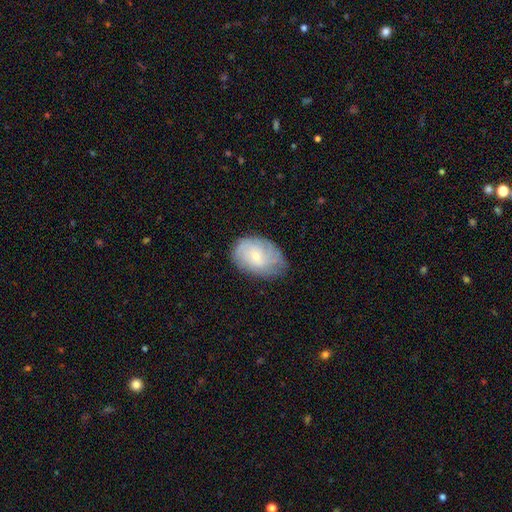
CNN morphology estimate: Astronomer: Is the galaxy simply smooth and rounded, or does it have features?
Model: featured or disk — 59%.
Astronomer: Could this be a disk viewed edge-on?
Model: no — 96%.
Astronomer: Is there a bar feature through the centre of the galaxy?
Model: no — 66%.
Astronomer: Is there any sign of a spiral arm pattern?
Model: yes — 85%.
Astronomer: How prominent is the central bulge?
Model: small — 68%.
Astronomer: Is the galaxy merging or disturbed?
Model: none — 68%.